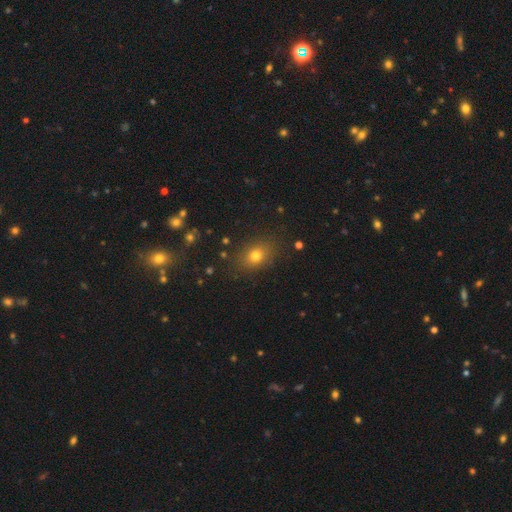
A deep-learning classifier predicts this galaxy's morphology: Smooth or featured? smooth (76%)
How rounded? in between (61%)
Merging? none (83%)